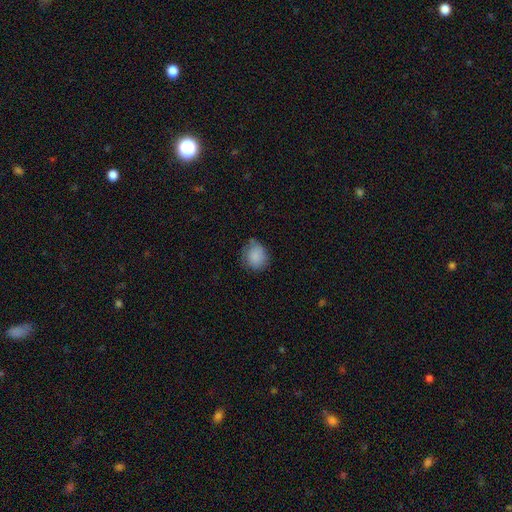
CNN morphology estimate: smooth-or-featured: smooth: 86% | star or artifact: 8% | featured or disk: 6%
  how-rounded: round: 73% | in between: 26% | cigar-shaped: 1%
  merging: none: 67% | minor disturbance: 25% | major disturbance: 6% | merger: 2%